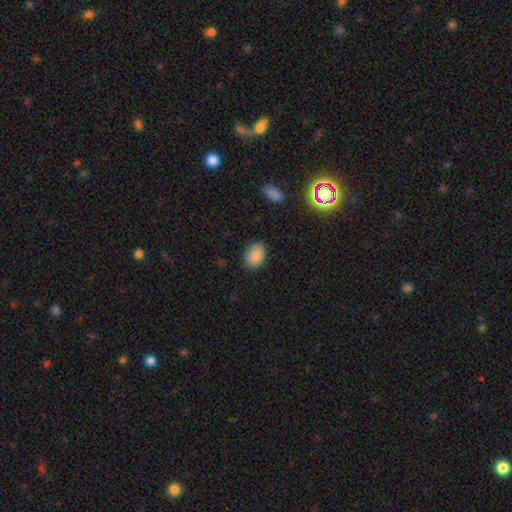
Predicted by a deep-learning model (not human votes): smooth 87%, star or artifact 8%, featured or disk 5%. Down the decision tree: how rounded — in between (81%); merging — none (82%).